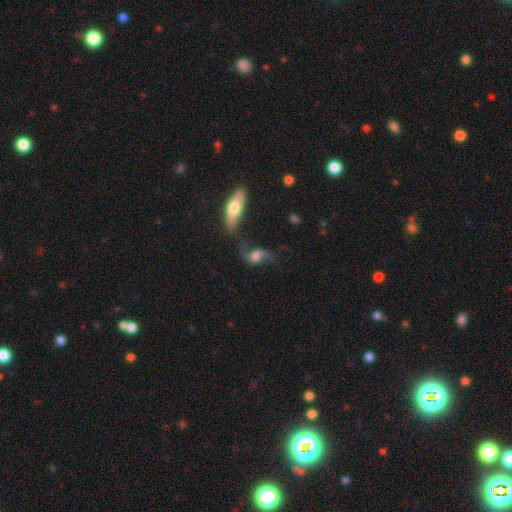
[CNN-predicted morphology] Overall: featured or disk (62%; smooth 27%). Edge-on disk: no (90%). Bar: no (53%; weak 37%). Spiral arms: yes (87%). Bulge size: moderate (36%; large 25%). Merging: none (42%; merger 21%).